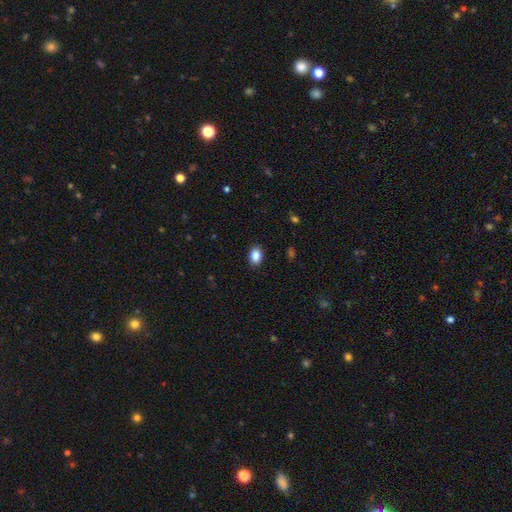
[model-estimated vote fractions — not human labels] This is clearly a smooth galaxy (88%). How rounded: likely in between (78%). Merging: clearly none (88%).